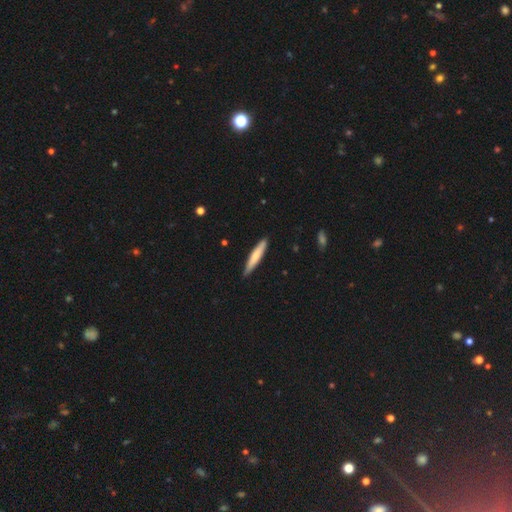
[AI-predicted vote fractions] Smooth or featured: smooth — 70% (featured or disk — 25%)
How rounded: cigar-shaped — 90% (in between — 9%)
Merging: none — 86% (minor disturbance — 11%)